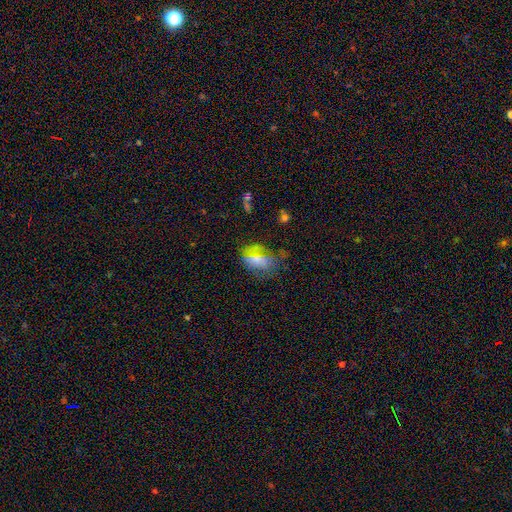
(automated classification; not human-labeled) Smooth or featured? Predicted: smooth (p=0.59). How rounded? Predicted: in between (p=0.79). Merging? Predicted: none (p=0.53).